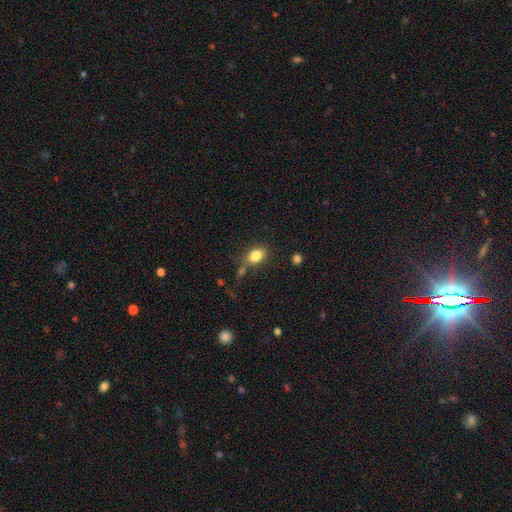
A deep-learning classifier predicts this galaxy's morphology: Overall: smooth (83%). How rounded: in between (76%). Merging: none (67%).